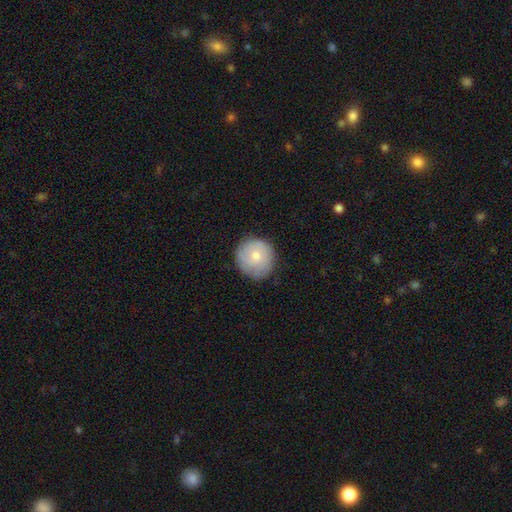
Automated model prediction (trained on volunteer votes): Smooth or featured? Predicted: smooth (p=0.76). How rounded? Predicted: round (p=0.94). Merging? Predicted: none (p=0.82).